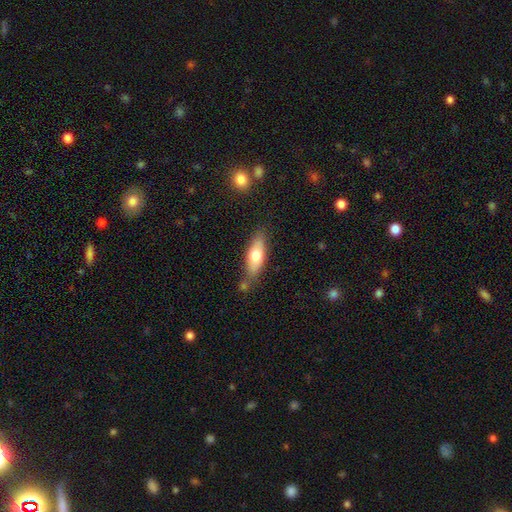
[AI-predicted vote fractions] Smooth or featured: smooth — 66% (featured or disk — 28%)
How rounded: in between — 62% (cigar-shaped — 35%)
Merging: none — 70% (minor disturbance — 19%)